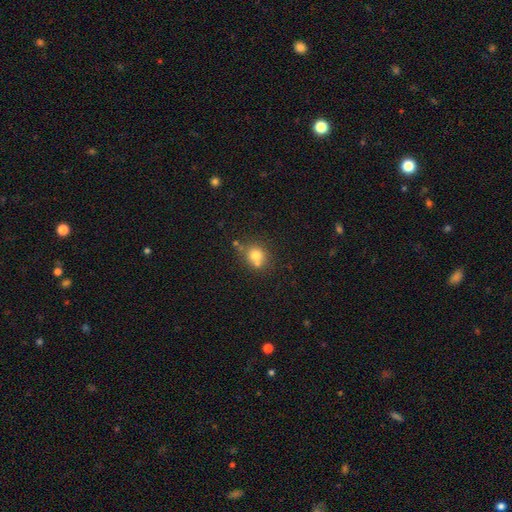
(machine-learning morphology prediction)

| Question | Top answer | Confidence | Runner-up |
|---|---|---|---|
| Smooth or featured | smooth | 75% | featured or disk (13%) |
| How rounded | round | 83% | in between (16%) |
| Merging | none | 54% | merger (30%) |